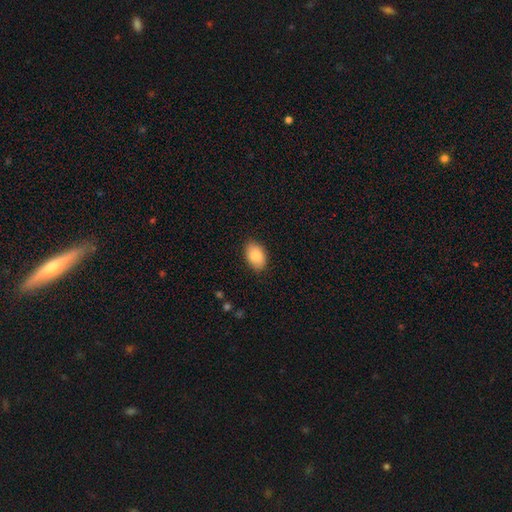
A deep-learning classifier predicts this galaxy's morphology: A smooth galaxy with no disk features (87%) that is in between round and cigar-shaped (89%). Merging: none (85%).